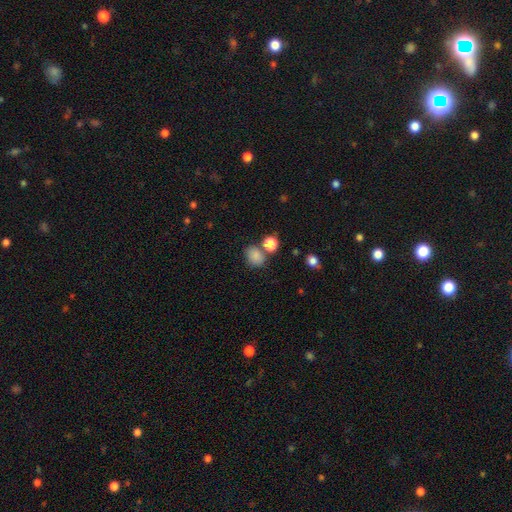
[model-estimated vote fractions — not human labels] Smooth or featured: smooth — 83% (star or artifact — 11%)
How rounded: round — 54% (in between — 45%)
Merging: none — 63% (merger — 18%)